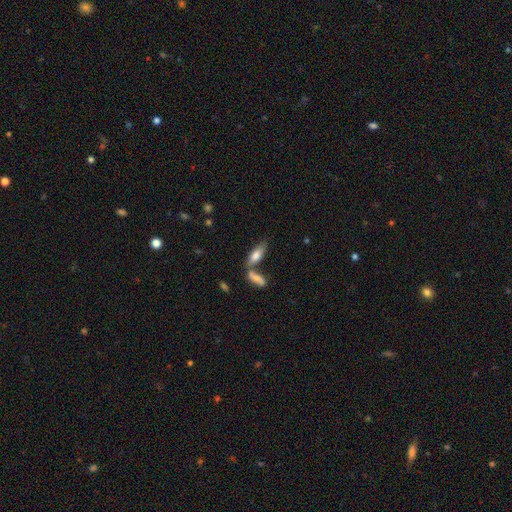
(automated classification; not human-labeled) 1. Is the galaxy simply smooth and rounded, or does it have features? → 73% smooth, 20% featured or disk, 7% star or artifact.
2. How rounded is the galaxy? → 61% in between, 37% cigar-shaped, 2% round.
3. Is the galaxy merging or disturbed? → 50% none, 34% merger, 12% minor disturbance, 4% major disturbance.